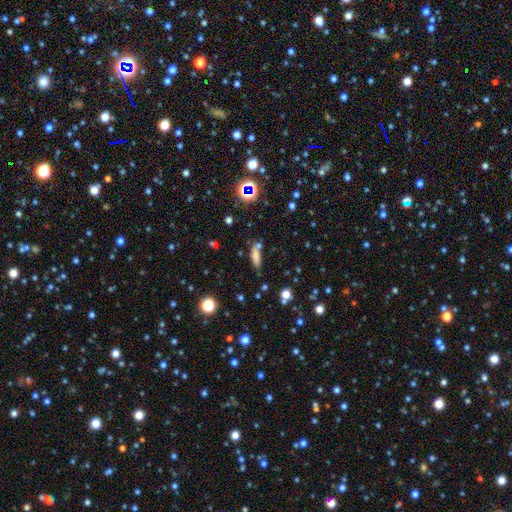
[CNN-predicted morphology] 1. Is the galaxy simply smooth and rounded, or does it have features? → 72% smooth, 16% star or artifact, 12% featured or disk.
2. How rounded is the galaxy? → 49% in between, 47% cigar-shaped, 4% round.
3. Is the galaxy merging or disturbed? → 61% none, 18% minor disturbance, 15% merger, 6% major disturbance.